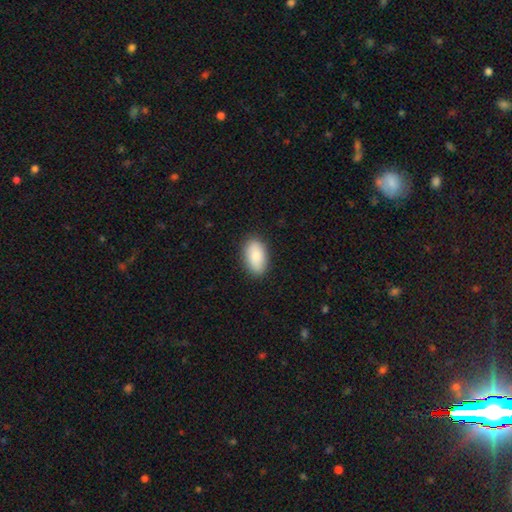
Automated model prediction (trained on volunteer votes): Morphology: type=smooth (86%); roundness=in between (94%); merging=none (87%).